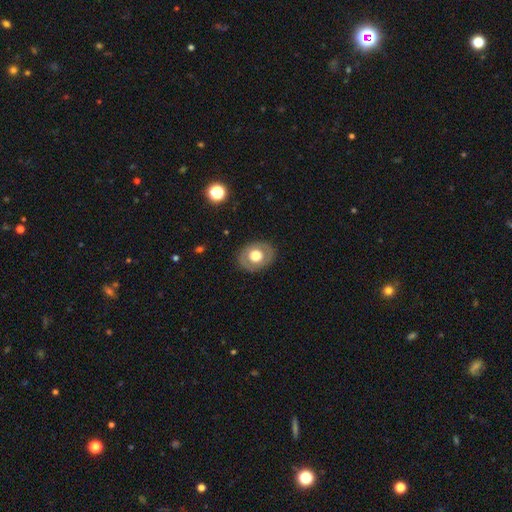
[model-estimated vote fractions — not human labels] A smooth galaxy with no disk features (55%) that is round (56%). Merging: none (85%).